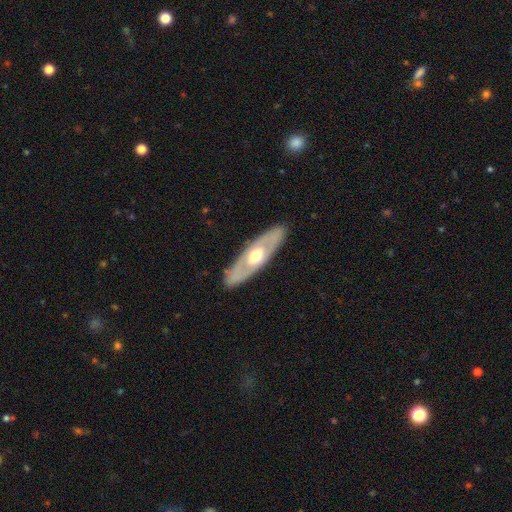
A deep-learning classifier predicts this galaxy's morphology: smooth-or-featured: featured or disk: 62% | smooth: 34% | star or artifact: 4%
  disk-edge-on: no: 68% | yes: 32%
  merging: none: 87% | minor disturbance: 9% | major disturbance: 2% | merger: 1%